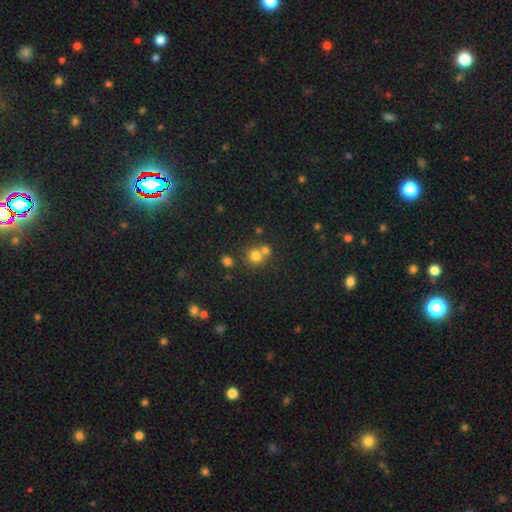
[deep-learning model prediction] smooth-or-featured: smooth: 75% | star or artifact: 16% | featured or disk: 10%
  how-rounded: round: 89% | in between: 10% | cigar-shaped: 1%
  merging: none: 54% | merger: 37% | minor disturbance: 7% | major disturbance: 3%